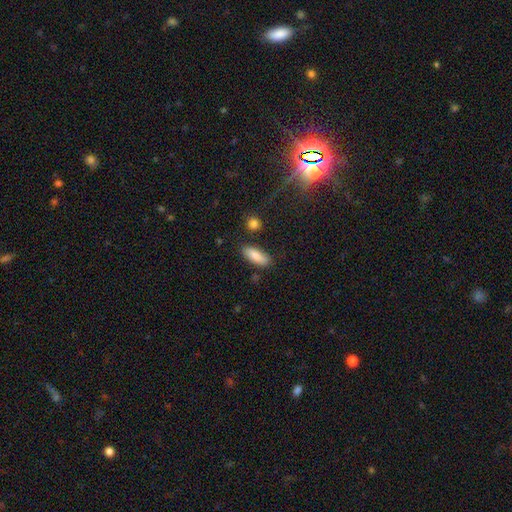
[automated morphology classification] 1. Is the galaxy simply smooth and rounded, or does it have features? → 84% smooth, 10% featured or disk, 7% star or artifact.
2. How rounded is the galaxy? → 70% in between, 28% cigar-shaped, 2% round.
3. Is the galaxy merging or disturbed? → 82% none, 12% minor disturbance, 3% merger, 3% major disturbance.